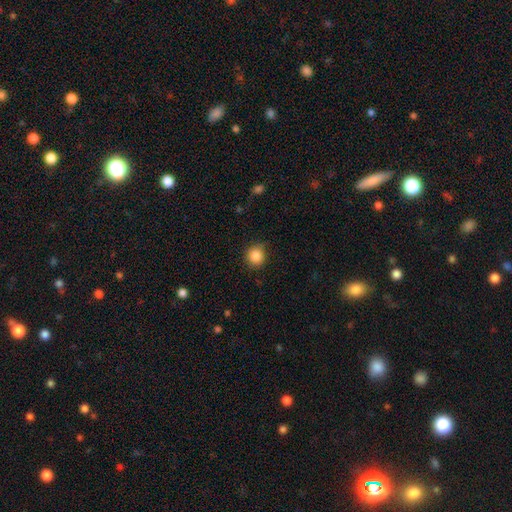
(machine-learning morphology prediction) The model was most divided on "merging": none: 83%, minor disturbance: 13%, major disturbance: 3%, merger: 1%. More confident: how rounded — round (89%); smooth or featured — smooth (87%).